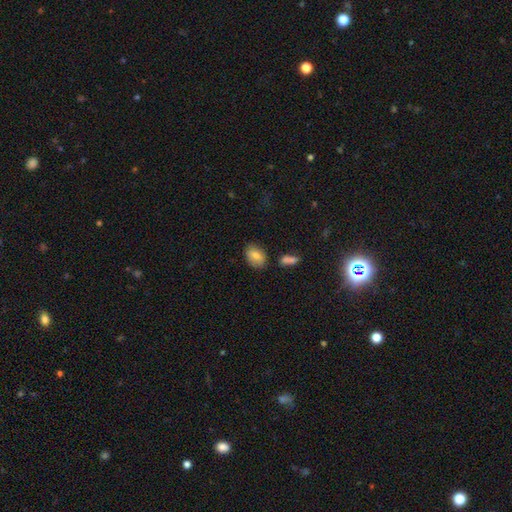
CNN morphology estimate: A smooth galaxy with no disk features (81%) that is in between round and cigar-shaped (83%). Merging: none (79%).